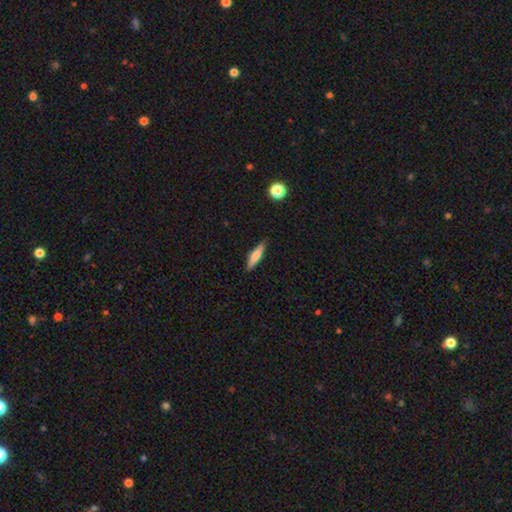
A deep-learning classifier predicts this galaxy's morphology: Smooth or featured: smooth — 67% (featured or disk — 27%)
How rounded: cigar-shaped — 78% (in between — 20%)
Merging: none — 88% (minor disturbance — 9%)